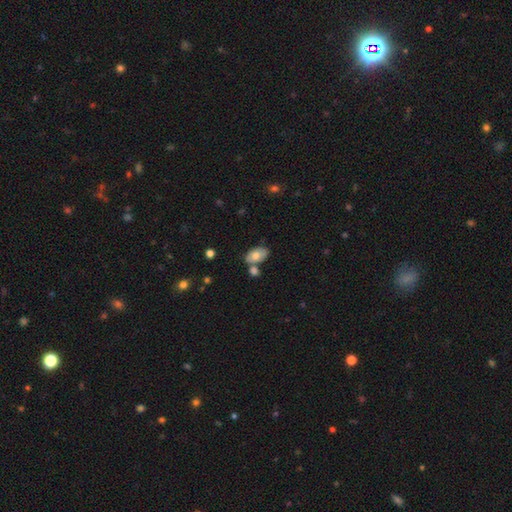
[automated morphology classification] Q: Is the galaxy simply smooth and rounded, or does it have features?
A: smooth — 69%.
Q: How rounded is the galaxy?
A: in between — 92%.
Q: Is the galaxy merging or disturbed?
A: none — 60%.